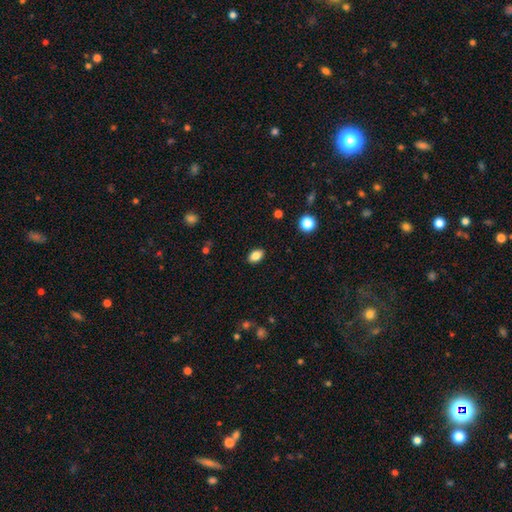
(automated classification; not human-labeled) Overall: smooth (86%). How rounded: in between (87%). Merging: none (89%).